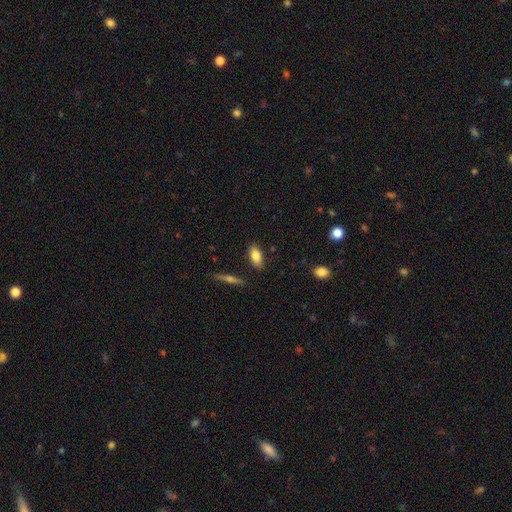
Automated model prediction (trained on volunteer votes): This appears to be a smooth galaxy with no disk features (81%) that is in between round and cigar-shaped (85%). Merging: none (85%).